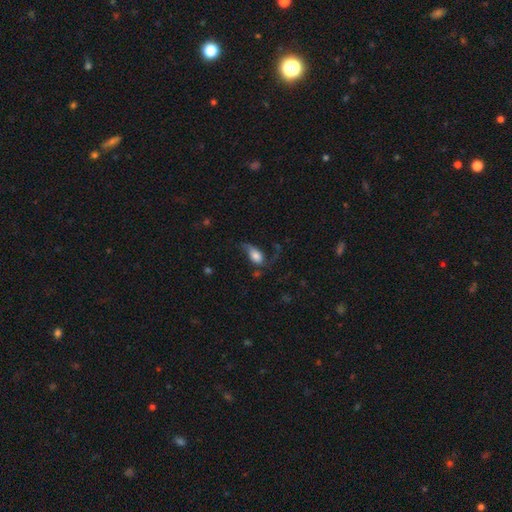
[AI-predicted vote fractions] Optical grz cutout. It shows a smooth galaxy with no disk features (56%) that is in between round and cigar-shaped (87%). Merging: none (41%).